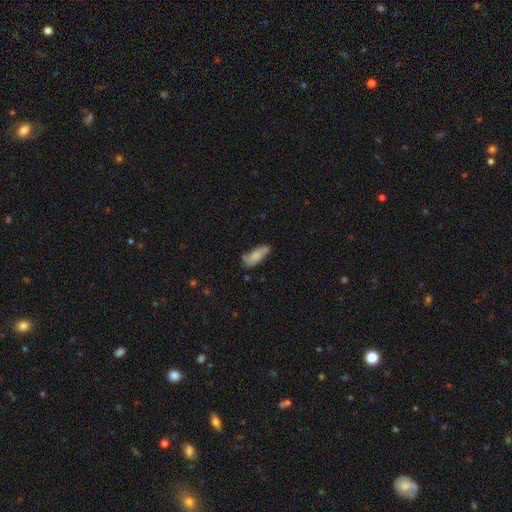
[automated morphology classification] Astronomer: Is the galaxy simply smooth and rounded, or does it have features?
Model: smooth — 77%.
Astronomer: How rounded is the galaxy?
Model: in between — 67%.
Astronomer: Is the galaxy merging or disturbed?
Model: none — 60%.